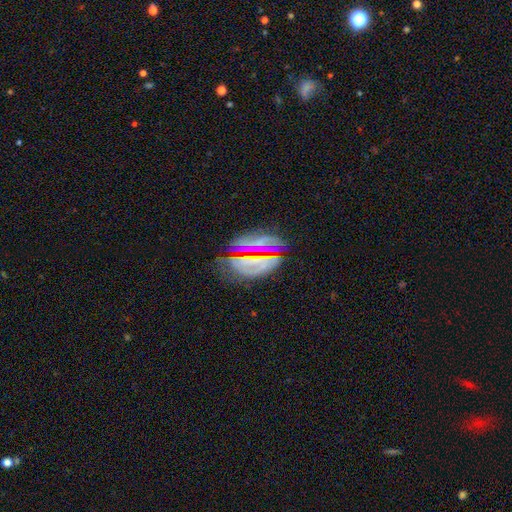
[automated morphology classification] A featured or disk galaxy (58%).

Vote fractions:
- Smooth or featured? featured or disk: 58% / smooth: 24% / star or artifact: 18%
- Edge-on disk? no: 85% / yes: 15%
- Merging? none: 51% / minor disturbance: 21% / merger: 15% / major disturbance: 13%